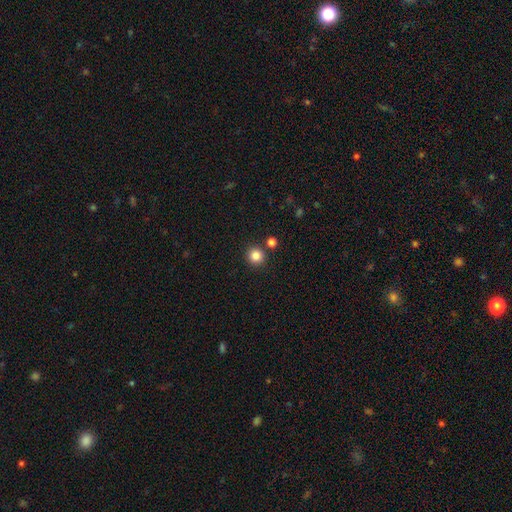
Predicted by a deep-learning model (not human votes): smooth 84%, star or artifact 12%, featured or disk 4%. Down the decision tree: how rounded — round (92%); merging — none (86%).